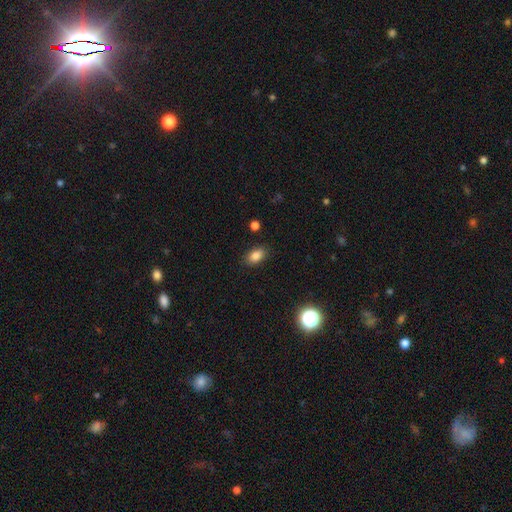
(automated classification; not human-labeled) This is clearly a smooth galaxy (85%). How rounded: clearly in between (89%). Merging: clearly none (87%).